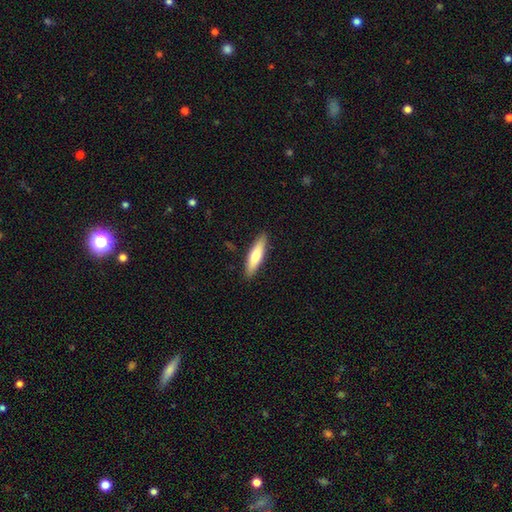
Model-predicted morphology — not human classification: Smooth or featured: smooth — 68% (featured or disk — 27%)
How rounded: cigar-shaped — 69% (in between — 30%)
Merging: none — 89% (minor disturbance — 8%)